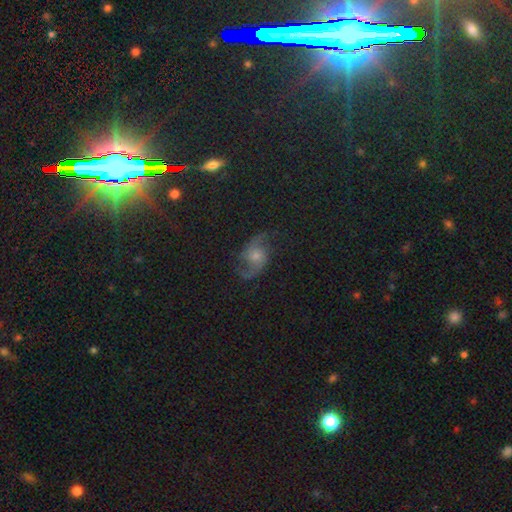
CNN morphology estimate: Overall: featured or disk (79%). Edge-on disk: no (97%). Bar: no (72%). Spiral arms: yes (96%). Spiral arm count: 2 (93%). Spiral winding: loose (53%; medium 39%). Bulge size: small (45%, tied with moderate). Merging: none (76%).